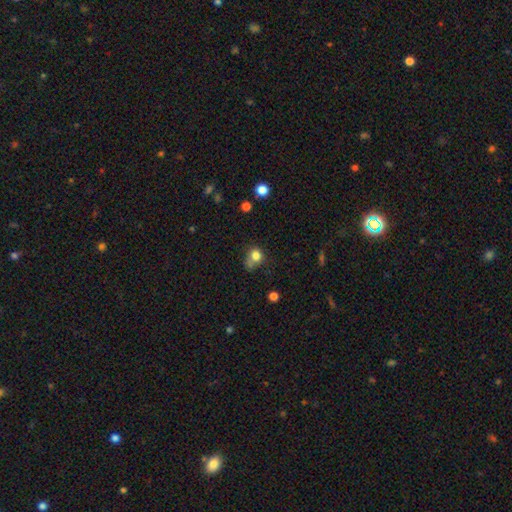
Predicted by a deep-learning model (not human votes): Morphology: type=smooth (79%); roundness=round (68%); merging=none (42%).